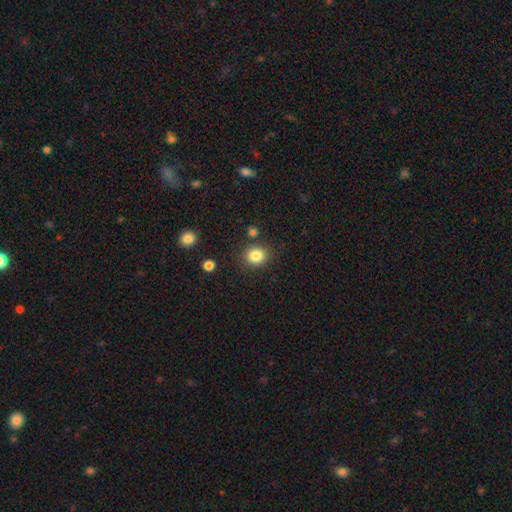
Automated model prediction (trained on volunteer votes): The model was most divided on "how rounded": round: 74%, in between: 25%, cigar-shaped: 1%. More confident: smooth or featured — smooth (85%); merging — none (83%).